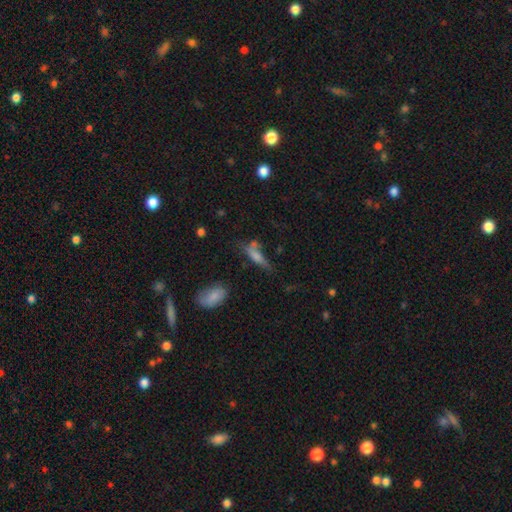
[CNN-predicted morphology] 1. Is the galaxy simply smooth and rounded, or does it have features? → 58% smooth, 29% featured or disk, 13% star or artifact.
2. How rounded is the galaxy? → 55% cigar-shaped, 40% in between, 4% round.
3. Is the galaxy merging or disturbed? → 42% none, 25% minor disturbance, 18% major disturbance, 16% merger.